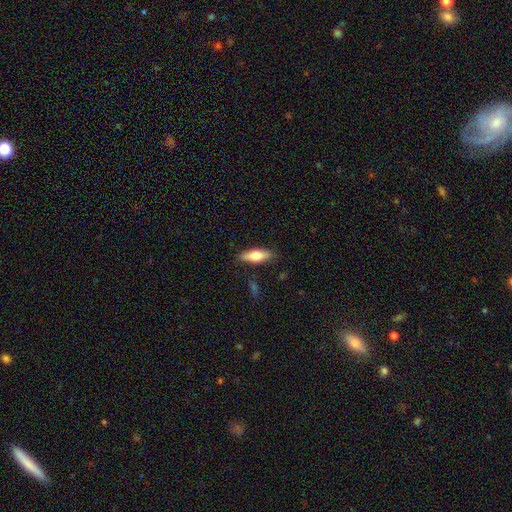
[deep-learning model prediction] Smooth or featured: smooth — 66% (featured or disk — 28%)
How rounded: in between — 58% (cigar-shaped — 39%)
Merging: none — 84% (minor disturbance — 12%)